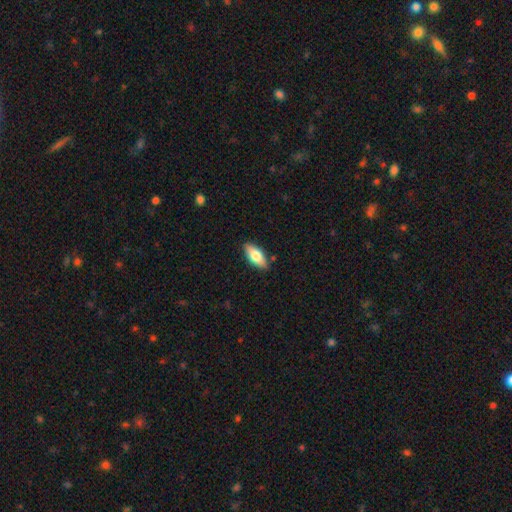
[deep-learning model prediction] smooth-or-featured: smooth: 74% | featured or disk: 20% | star or artifact: 6%
  how-rounded: in between: 85% | cigar-shaped: 12% | round: 2%
  merging: none: 87% | minor disturbance: 10% | major disturbance: 2% | merger: 2%